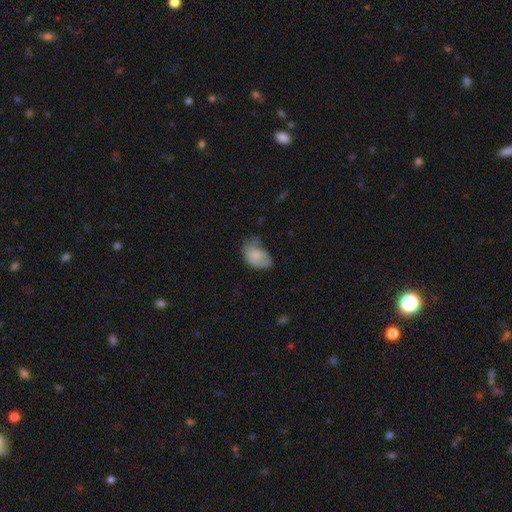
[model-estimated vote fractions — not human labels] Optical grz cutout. It shows a smooth galaxy with no disk features (76%) that is in between round and cigar-shaped (85%). Merging: minor disturbance (40%).